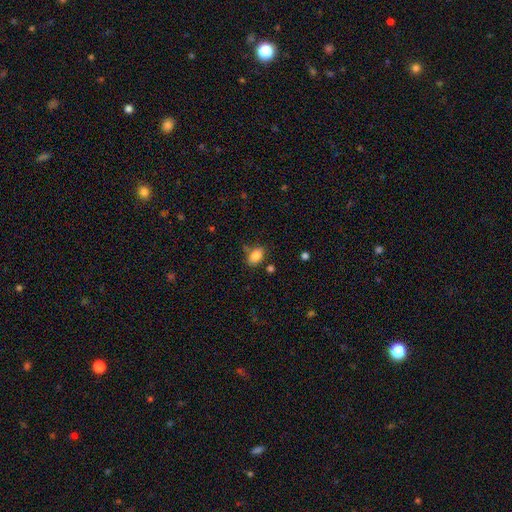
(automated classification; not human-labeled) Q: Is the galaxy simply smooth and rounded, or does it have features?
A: smooth — 85%.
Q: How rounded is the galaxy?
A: in between — 86%.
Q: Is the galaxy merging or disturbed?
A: none — 69%.